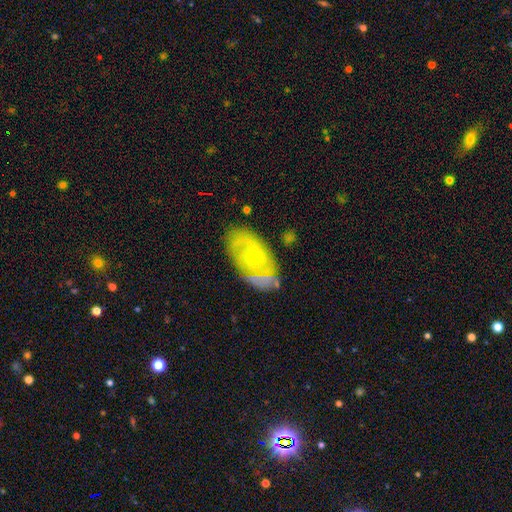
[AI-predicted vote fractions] A featured or disk galaxy (67%) with no bar (75%), spiral arms (65%) and a small central bulge (73%).

Vote fractions:
- Smooth or featured? featured or disk: 67% / smooth: 24% / star or artifact: 9%
- Edge-on disk? no: 93% / yes: 7%
- Bar? no: 75% / weak: 20% / strong: 5%
- Spiral arms? yes: 65% / no: 35%
- Bulge size? small: 73% / moderate: 22% / none: 2% / large: 1% / dominant: 1%
- Merging? none: 70% / minor disturbance: 19% / major disturbance: 6% / merger: 5%